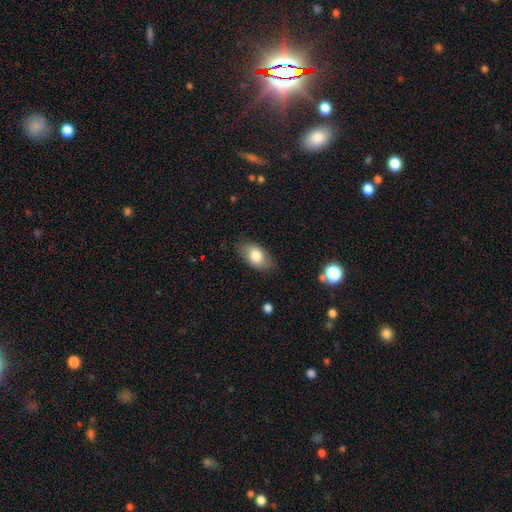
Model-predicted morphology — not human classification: Smooth or featured? Predicted: smooth (p=0.80). How rounded? Predicted: in between (p=0.92). Merging? Predicted: none (p=0.81).